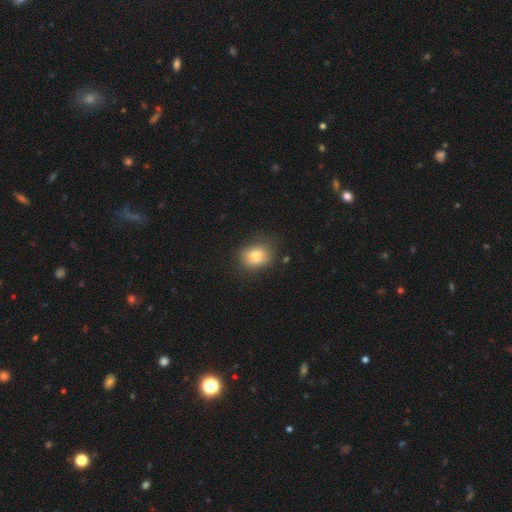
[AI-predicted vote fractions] A smooth galaxy with no disk features (78%) that is in between round and cigar-shaped (61%). Merging: none (72%).